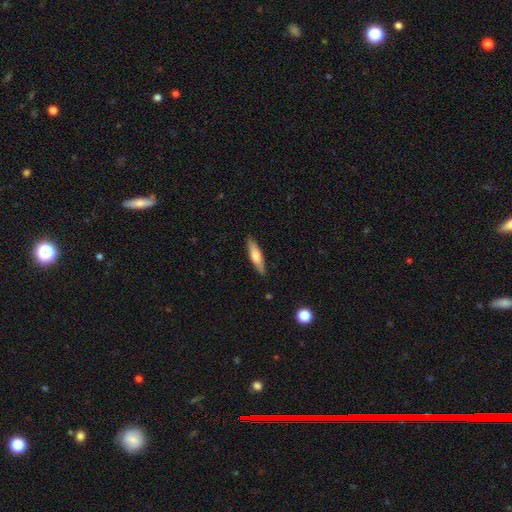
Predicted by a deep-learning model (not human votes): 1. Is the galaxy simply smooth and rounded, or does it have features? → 63% smooth, 31% featured or disk, 6% star or artifact.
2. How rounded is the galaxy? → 77% cigar-shaped, 22% in between, 2% round.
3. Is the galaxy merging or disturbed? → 87% none, 10% minor disturbance, 2% major disturbance, 1% merger.